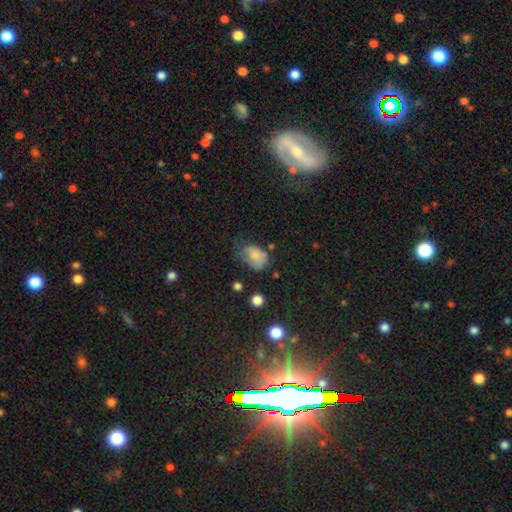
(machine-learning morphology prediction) Q: Smooth or featured?
A: smooth (74%); runner-up: featured or disk (15%)
Q: How rounded?
A: in between (73%); runner-up: round (26%)
Q: Merging?
A: minor disturbance (36%); runner-up: none (32%)